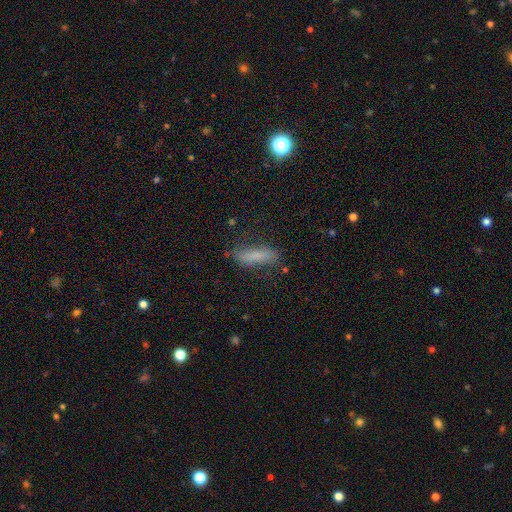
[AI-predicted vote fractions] Smooth or featured? Predicted: smooth (p=0.72). How rounded? Predicted: cigar-shaped (p=0.67). Merging? Predicted: none (p=0.68).